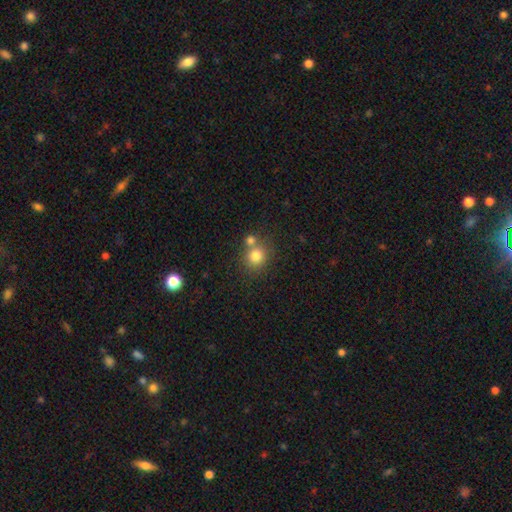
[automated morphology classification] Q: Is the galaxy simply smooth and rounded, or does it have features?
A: smooth — 79%.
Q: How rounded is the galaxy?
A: round — 87%.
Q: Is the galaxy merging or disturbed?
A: none — 59%.